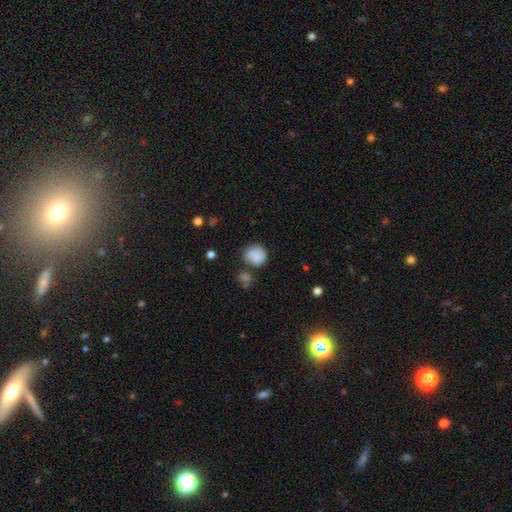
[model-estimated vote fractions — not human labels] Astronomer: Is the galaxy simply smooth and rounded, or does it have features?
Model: smooth — 79%.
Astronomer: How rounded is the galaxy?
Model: round — 79%.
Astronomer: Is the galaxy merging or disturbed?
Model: none — 53%.